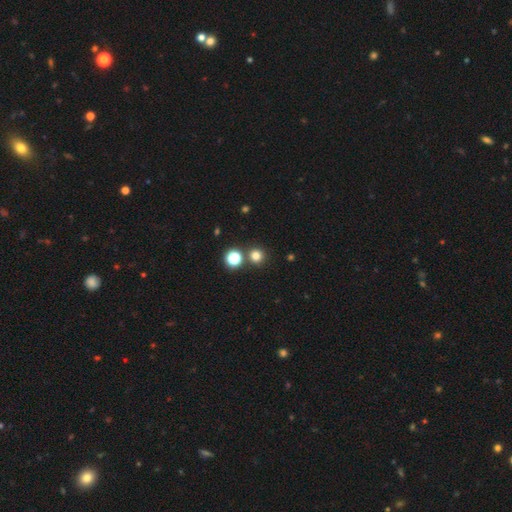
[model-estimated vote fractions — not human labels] Smooth or featured: smooth — 77% (star or artifact — 18%)
How rounded: round — 94% (in between — 6%)
Merging: none — 81% (merger — 10%)